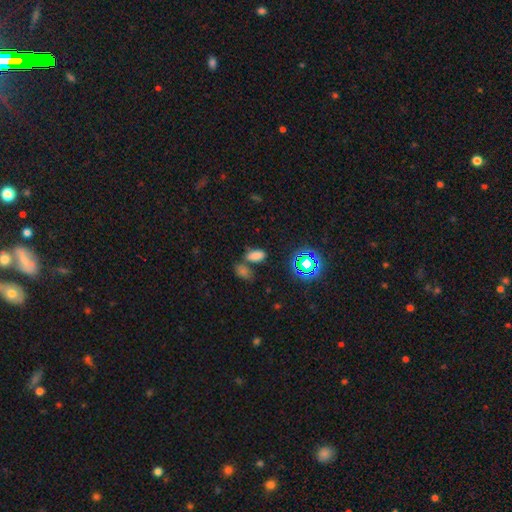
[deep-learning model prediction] smooth_or_featured: smooth (p=0.71) [alt: star or artifact p=0.23]
how_rounded: in between (p=0.91) [alt: round p=0.06]
merging: none (p=0.56) [alt: merger p=0.28]